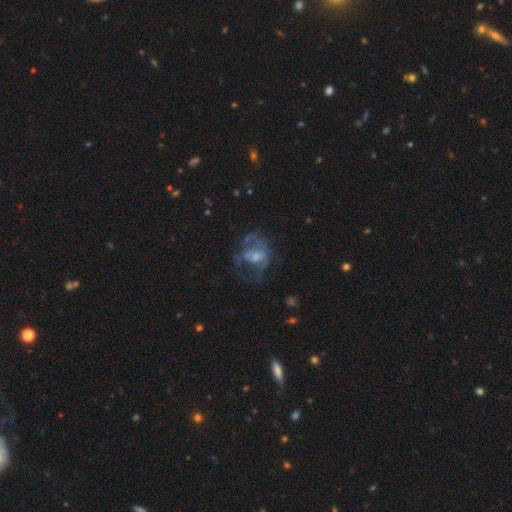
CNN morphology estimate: This appears to be a featured or disk galaxy (51%). Merging: major disturbance (47%).